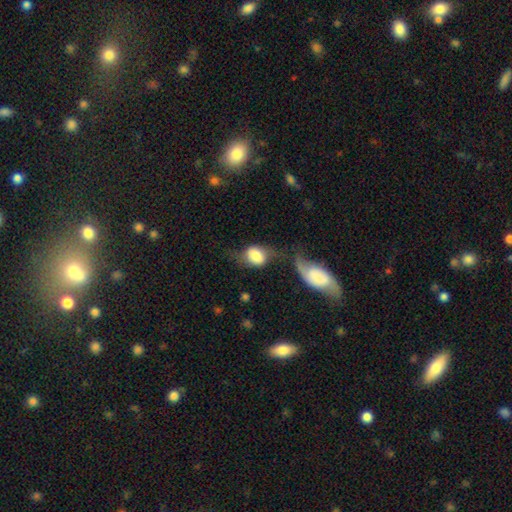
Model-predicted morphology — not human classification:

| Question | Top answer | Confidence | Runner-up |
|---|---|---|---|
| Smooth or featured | smooth | 64% | featured or disk (28%) |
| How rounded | in between | 59% | round (39%) |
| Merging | none | 29% | merger (27%) |